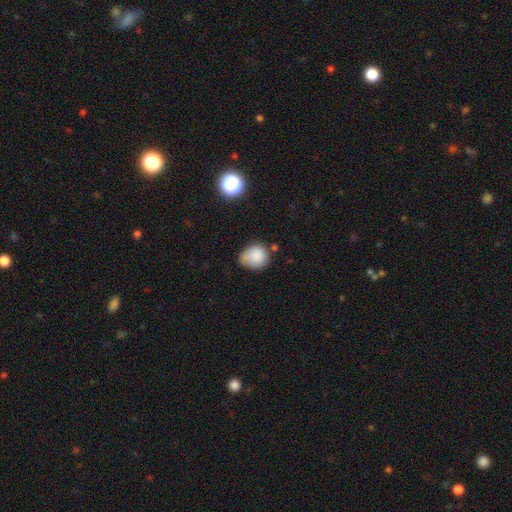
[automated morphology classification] Smooth or featured?
  - smooth: 84% *
  - star or artifact: 10%
  - featured or disk: 6%
How rounded?
  - round: 66% *
  - in between: 33%
  - cigar-shaped: 1%
Merging?
  - none: 55% *
  - minor disturbance: 32%
  - major disturbance: 8%
  - merger: 5%